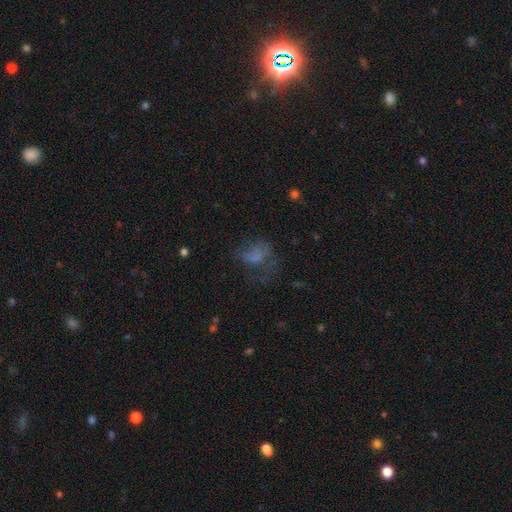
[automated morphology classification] A smooth galaxy with no disk features (50%) that is in between round and cigar-shaped (67%).

Vote fractions:
- Smooth or featured? smooth: 50% / featured or disk: 30% / star or artifact: 19%
- How rounded? in between: 67% / round: 31% / cigar-shaped: 2%
- Merging? major disturbance: 47% / none: 30% / minor disturbance: 19% / merger: 4%